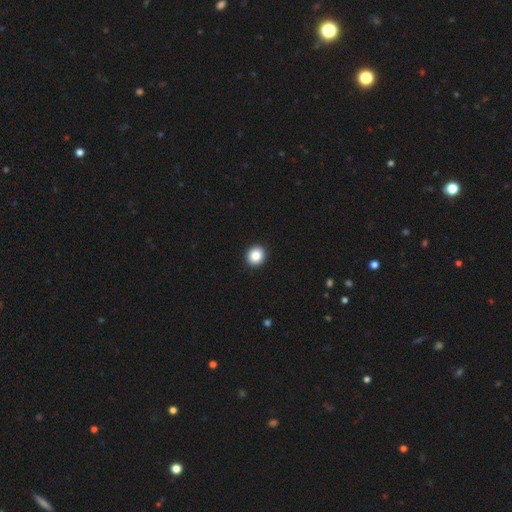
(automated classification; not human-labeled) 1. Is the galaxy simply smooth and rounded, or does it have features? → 85% smooth, 9% star or artifact, 5% featured or disk.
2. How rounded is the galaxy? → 87% round, 12% in between, 1% cigar-shaped.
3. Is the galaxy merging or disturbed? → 94% none, 4% minor disturbance, 1% major disturbance, 1% merger.